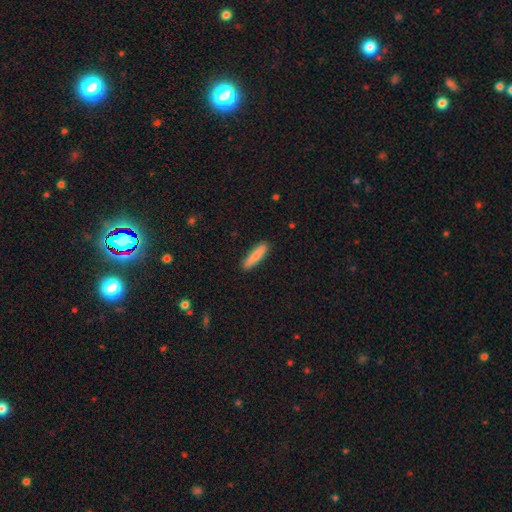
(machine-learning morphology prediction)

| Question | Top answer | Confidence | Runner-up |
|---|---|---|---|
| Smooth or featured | smooth | 81% | featured or disk (14%) |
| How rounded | cigar-shaped | 82% | in between (16%) |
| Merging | none | 89% | minor disturbance (8%) |